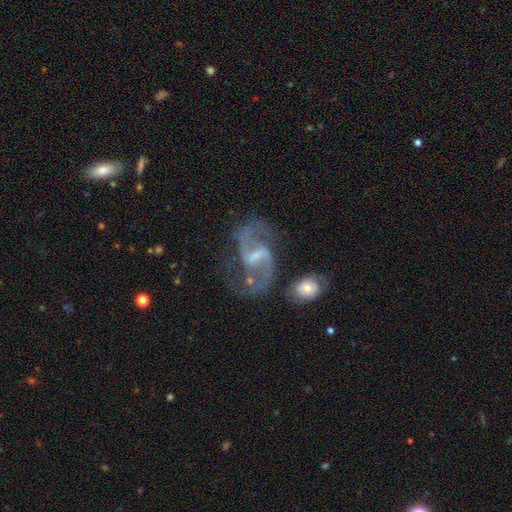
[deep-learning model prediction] The model was most divided on "spiral winding": loose: 48%, medium: 43%, tight: 9%. More confident: edge-on disk — no (97%); spiral arms — yes (95%); spiral arm count — 2 (91%); smooth or featured — featured or disk (88%); merging — none (63%); bar — weak (52%); bulge size — small (52%).